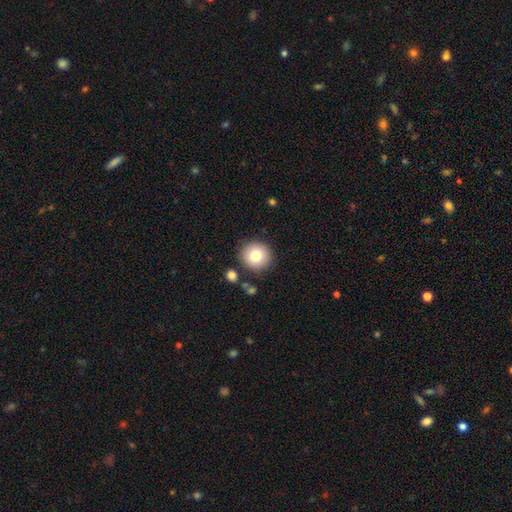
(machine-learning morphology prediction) smooth-or-featured: smooth: 79% | featured or disk: 11% | star or artifact: 10%
  how-rounded: round: 93% | in between: 6% | cigar-shaped: 1%
  merging: none: 85% | minor disturbance: 8% | merger: 4% | major disturbance: 3%